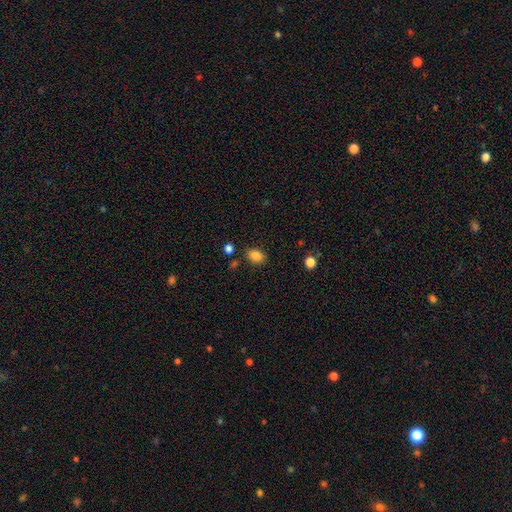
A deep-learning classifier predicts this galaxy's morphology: Overall: smooth (85%). How rounded: in between (75%). Merging: none (83%).